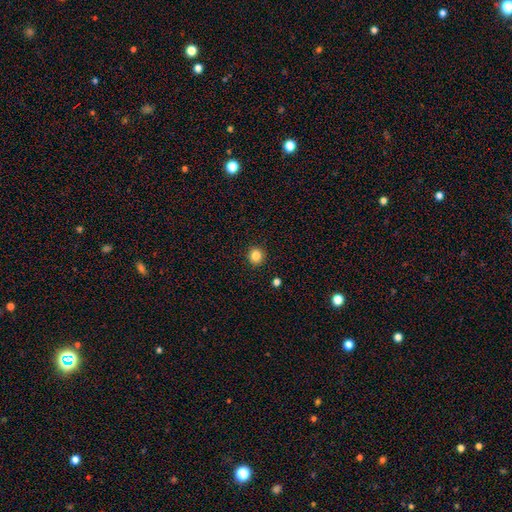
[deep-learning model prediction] smooth 85%, star or artifact 11%, featured or disk 5%. Down the decision tree: how rounded — round (92%); merging — none (93%).